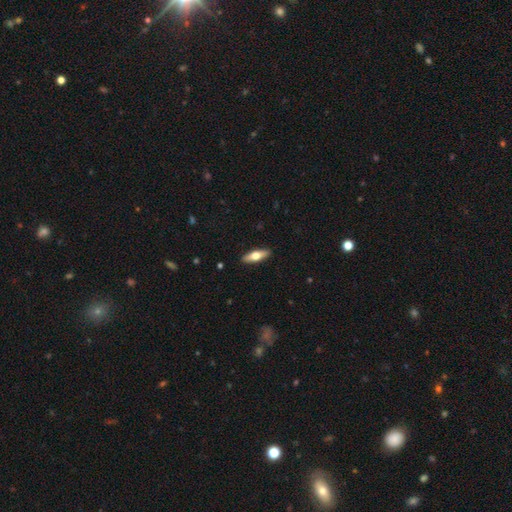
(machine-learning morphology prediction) smooth-or-featured: smooth: 56% | featured or disk: 39% | star or artifact: 5%
  how-rounded: cigar-shaped: 50% | in between: 47% | round: 3%
  merging: none: 90% | minor disturbance: 7% | major disturbance: 2% | merger: 1%